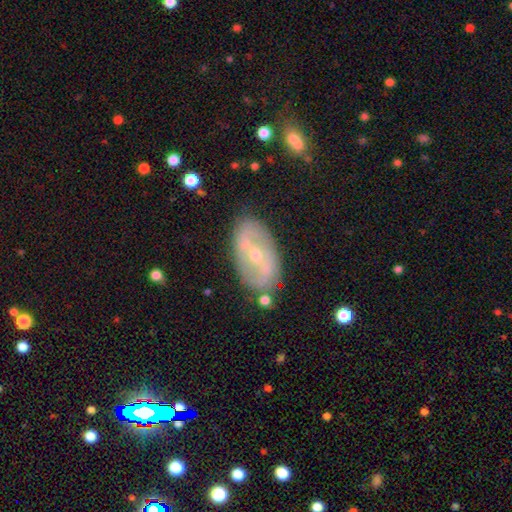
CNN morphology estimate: The model was most divided on "spiral arms": yes: 51%, no: 49%. Remaining: edge-on disk — no (91%); merging — none (79%); smooth or featured — featured or disk (72%); bulge size — small (55%); bar — strong (40%).